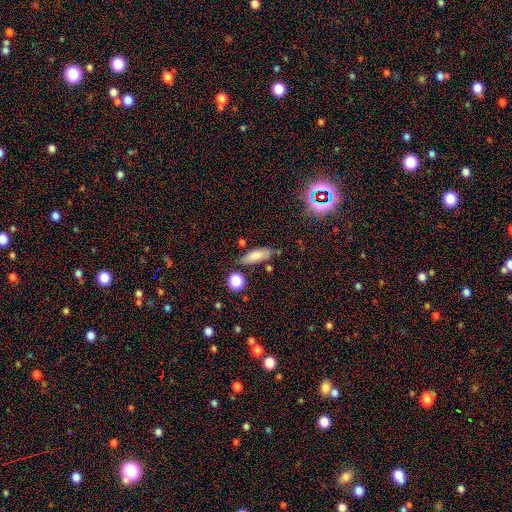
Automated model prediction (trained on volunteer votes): Q: Smooth or featured?
A: smooth (79%); runner-up: featured or disk (11%)
Q: How rounded?
A: in between (70%); runner-up: cigar-shaped (26%)
Q: Merging?
A: none (72%); runner-up: minor disturbance (17%)